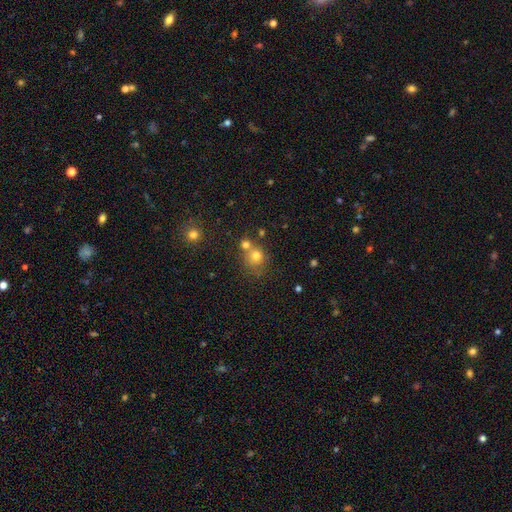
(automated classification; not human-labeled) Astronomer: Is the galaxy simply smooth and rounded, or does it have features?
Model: smooth — 73%.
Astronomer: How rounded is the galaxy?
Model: round — 84%.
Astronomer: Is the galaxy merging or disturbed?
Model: none — 53% (runner-up: merger, 32%).